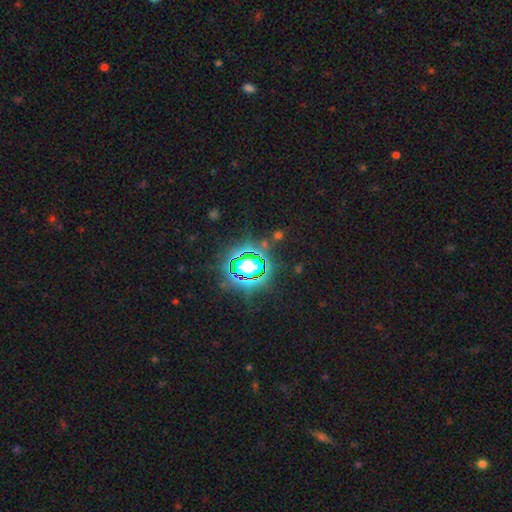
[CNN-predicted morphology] Smooth or featured?
  - star or artifact: 81% *
  - smooth: 12%
  - featured or disk: 7%